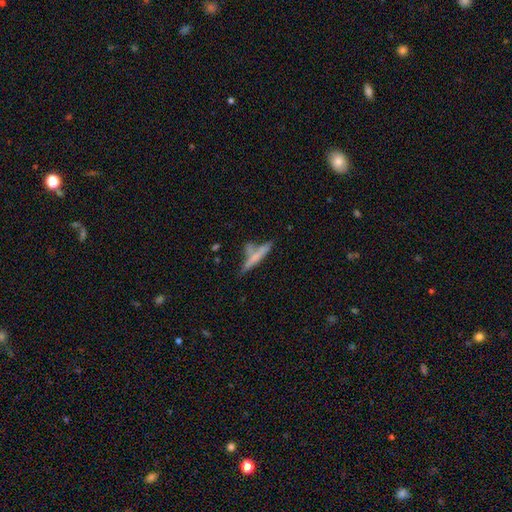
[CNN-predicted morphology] Smooth or featured? smooth (54%)
How rounded? cigar-shaped (88%)
Merging? none (53%)